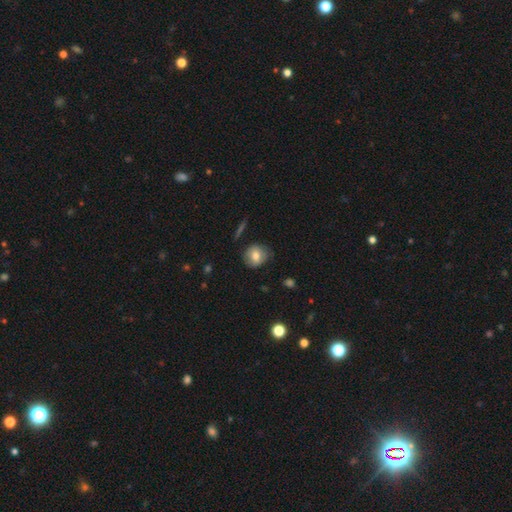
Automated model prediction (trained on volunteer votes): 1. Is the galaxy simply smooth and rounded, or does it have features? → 71% smooth, 21% featured or disk, 8% star or artifact.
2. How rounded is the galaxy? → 80% round, 19% in between, 1% cigar-shaped.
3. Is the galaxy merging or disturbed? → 77% none, 17% minor disturbance, 4% major disturbance, 2% merger.